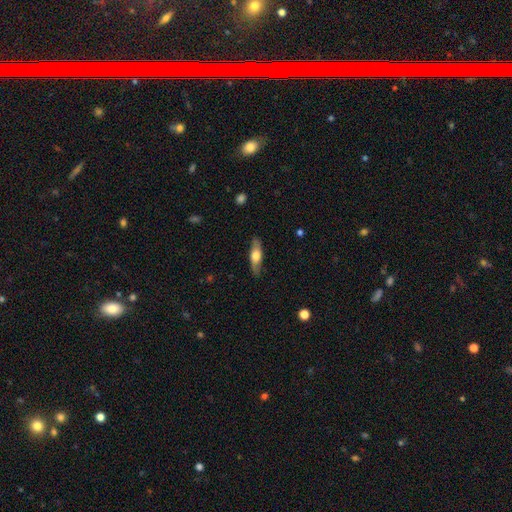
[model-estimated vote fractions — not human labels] This is possibly a smooth galaxy (51%). How rounded: possibly cigar-shaped (56%). Merging: clearly none (84%).